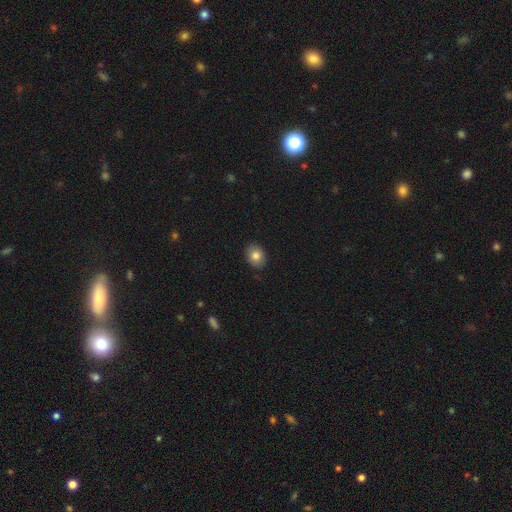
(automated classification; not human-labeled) Q: Smooth or featured?
A: smooth (82%); runner-up: star or artifact (9%)
Q: How rounded?
A: in between (59%); runner-up: round (40%)
Q: Merging?
A: none (87%); runner-up: minor disturbance (10%)